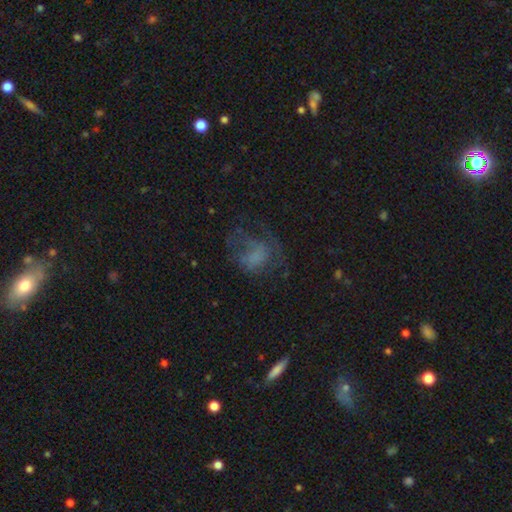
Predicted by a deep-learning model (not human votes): Smooth or featured? featured or disk (42%)
Merging? major disturbance (39%, tied with none)